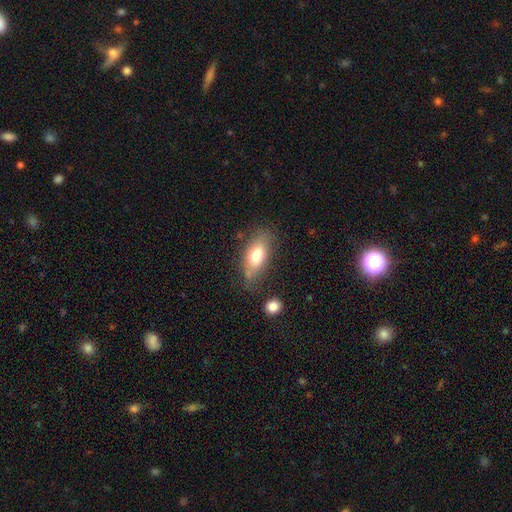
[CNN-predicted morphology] Smooth or featured?
  - smooth: 73% *
  - featured or disk: 20%
  - star or artifact: 8%
How rounded?
  - in between: 83% *
  - cigar-shaped: 12%
  - round: 5%
Merging?
  - none: 68% *
  - minor disturbance: 21%
  - major disturbance: 7%
  - merger: 5%